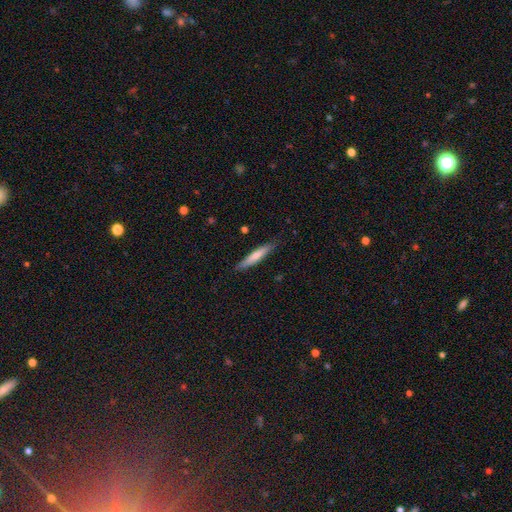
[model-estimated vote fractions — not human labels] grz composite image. It shows a smooth galaxy with no disk features (68%) that is cigar-shaped (90%). Merging: none (86%).